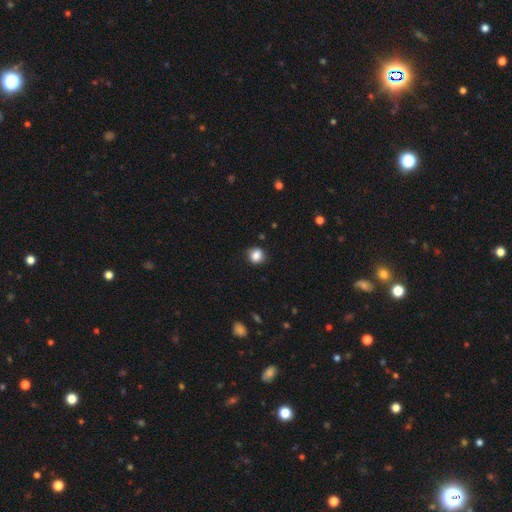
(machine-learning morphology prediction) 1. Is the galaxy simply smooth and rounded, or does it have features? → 84% smooth, 10% star or artifact, 6% featured or disk.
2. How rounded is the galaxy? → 76% round, 23% in between, 1% cigar-shaped.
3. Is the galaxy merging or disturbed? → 79% none, 16% minor disturbance, 3% major disturbance, 1% merger.